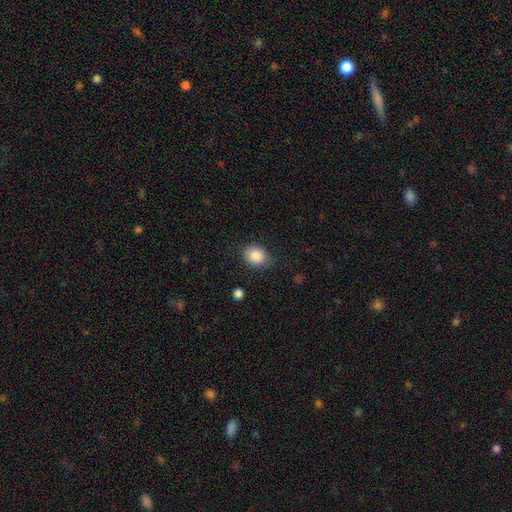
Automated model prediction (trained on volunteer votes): Overall: smooth (87%). How rounded: round (58%; in between 41%). Merging: none (75%).